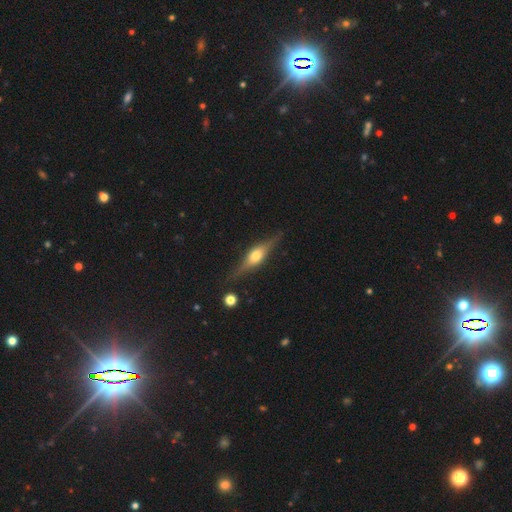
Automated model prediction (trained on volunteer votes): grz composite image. It shows a featured or disk galaxy (68%) viewed edge-on (94%) with a rounded central bulge (89%). Merging: none (83%).